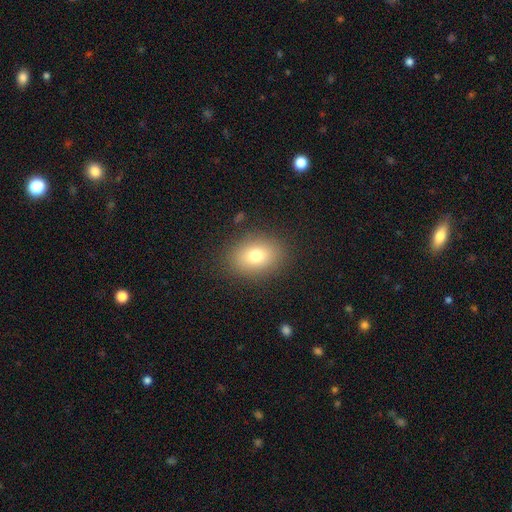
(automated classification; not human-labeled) smooth 76%, featured or disk 13%, star or artifact 11%. Down the decision tree: how rounded — in between (63%); merging — none (86%).